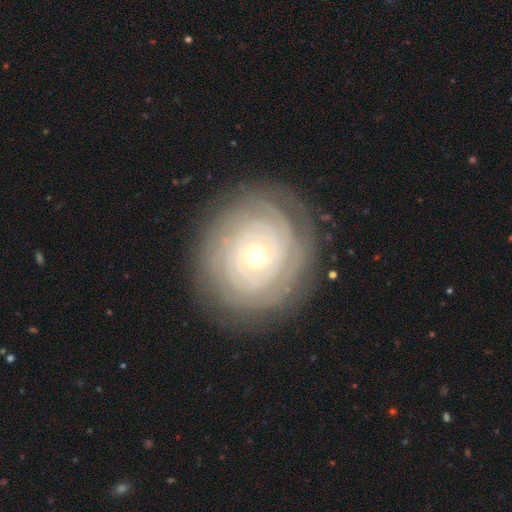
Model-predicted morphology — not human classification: A featured or disk galaxy (84%) with no bar (80%), tight (89%) spiral arms (95%) and a small central bulge (61%). Merging: none (84%).